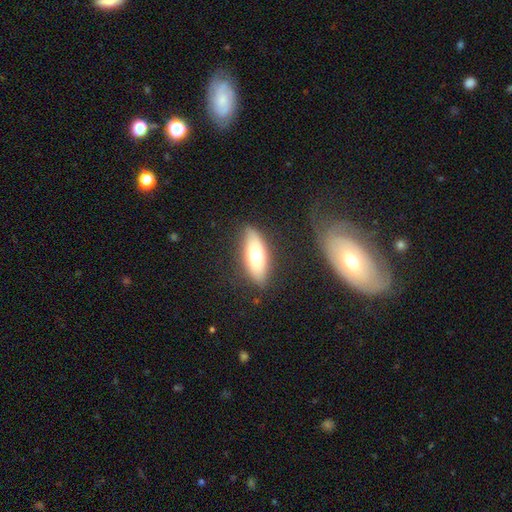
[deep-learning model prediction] Smooth or featured? smooth (63%)
How rounded? in between (69%)
Merging? none (82%)